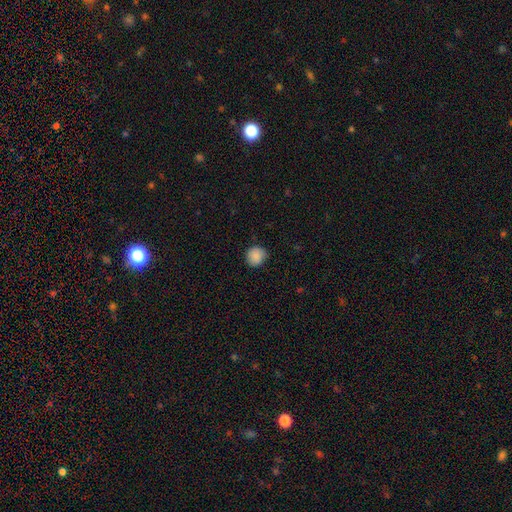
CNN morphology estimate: A smooth galaxy with no disk features (88%) that is round (89%). Merging: none (82%).